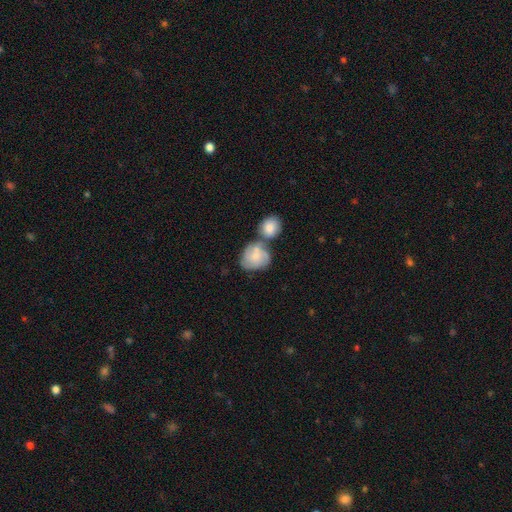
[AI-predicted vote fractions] Morphology: type=smooth (61%); roundness=round (65%); merging=merger (44%).